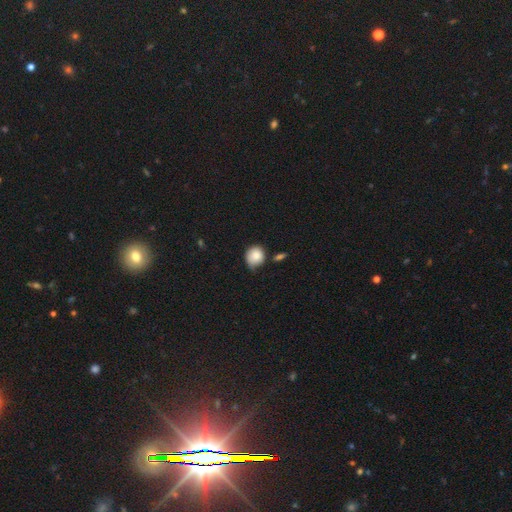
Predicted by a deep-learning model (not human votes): smooth-or-featured: smooth: 84% | star or artifact: 8% | featured or disk: 8%
  how-rounded: round: 84% | in between: 15% | cigar-shaped: 1%
  merging: none: 54% | minor disturbance: 32% | merger: 7% | major disturbance: 7%